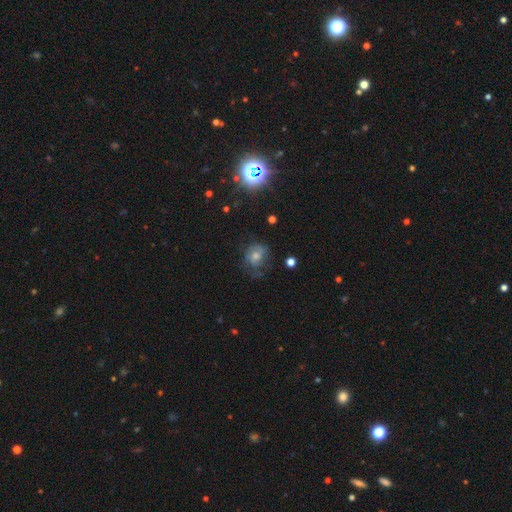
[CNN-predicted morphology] Smooth or featured? Predicted: smooth (p=0.49). Merging? Predicted: none (p=0.49).